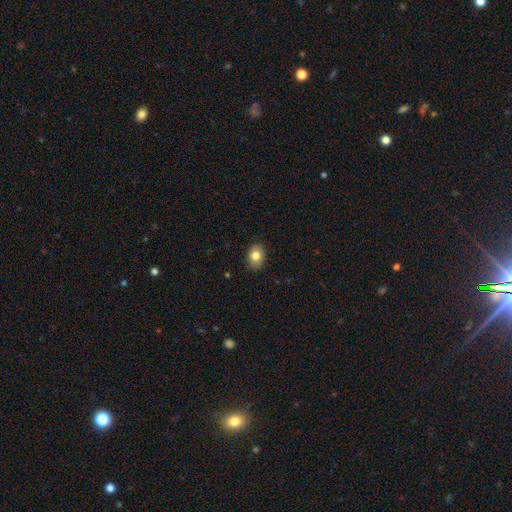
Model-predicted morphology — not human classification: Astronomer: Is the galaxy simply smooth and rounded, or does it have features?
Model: smooth — 81%.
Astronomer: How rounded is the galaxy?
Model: in between — 66%.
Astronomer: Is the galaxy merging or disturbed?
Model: none — 88%.